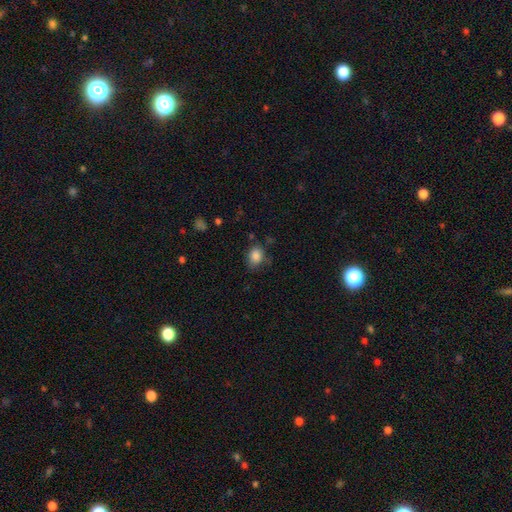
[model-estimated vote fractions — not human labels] Smooth or featured: smooth — 86% (star or artifact — 10%)
How rounded: in between — 59% (round — 40%)
Merging: none — 70% (minor disturbance — 21%)